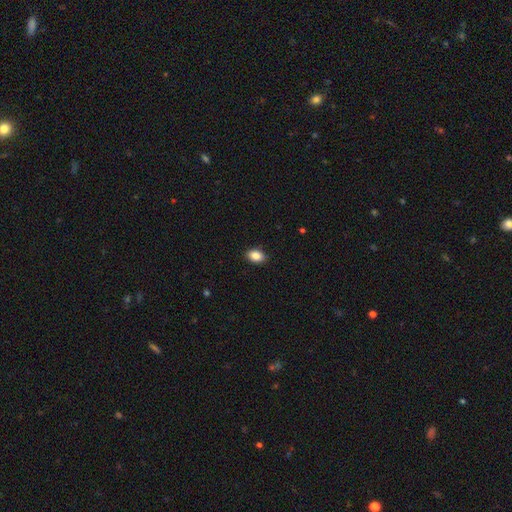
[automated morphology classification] Smooth or featured: smooth — 87% (star or artifact — 8%)
How rounded: in between — 82% (round — 17%)
Merging: none — 89% (minor disturbance — 8%)